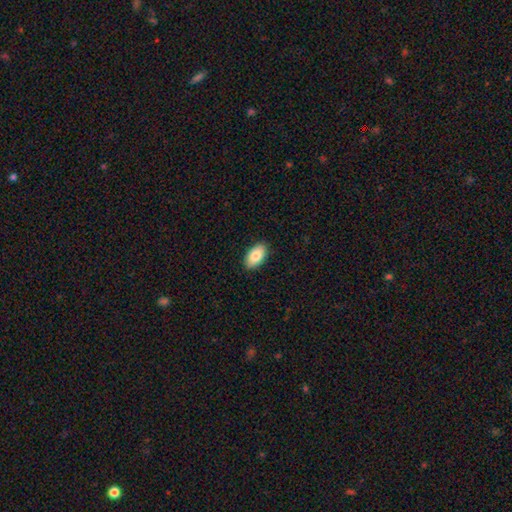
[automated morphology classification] Smooth or featured: smooth — 84% (featured or disk — 9%)
How rounded: in between — 95% (round — 4%)
Merging: none — 89% (minor disturbance — 8%)